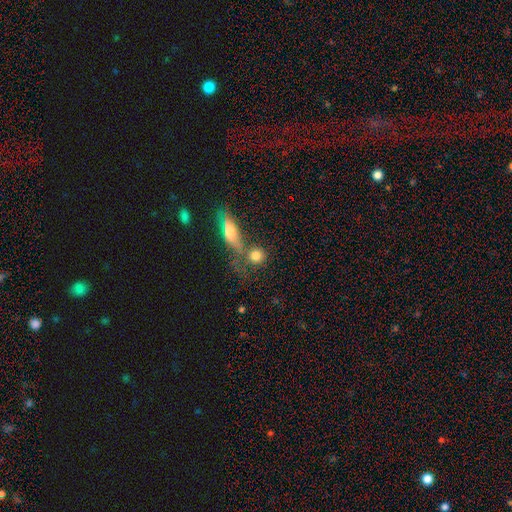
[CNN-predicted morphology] A smooth galaxy with no disk features (78%) that is round (80%).

Vote fractions:
- Smooth or featured? smooth: 78% / featured or disk: 11% / star or artifact: 11%
- How rounded? round: 80% / in between: 15% / cigar-shaped: 4%
- Merging? none: 59% / merger: 24% / minor disturbance: 11% / major disturbance: 6%